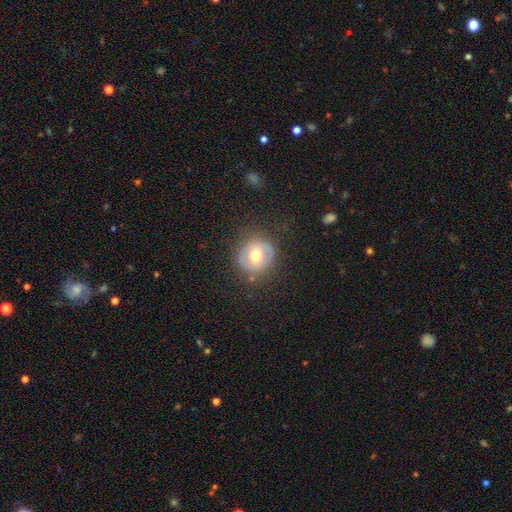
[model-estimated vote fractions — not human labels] The model was most divided on "smooth or featured": smooth: 47%, featured or disk: 45%, star or artifact: 8%. More confident: merging — none (79%).